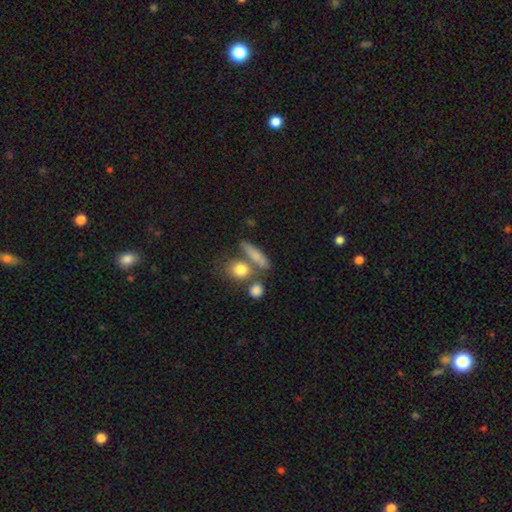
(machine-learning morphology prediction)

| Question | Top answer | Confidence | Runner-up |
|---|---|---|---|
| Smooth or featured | smooth | 75% | featured or disk (17%) |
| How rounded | cigar-shaped | 48% | in between (34%) |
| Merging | none | 59% | merger (22%) |